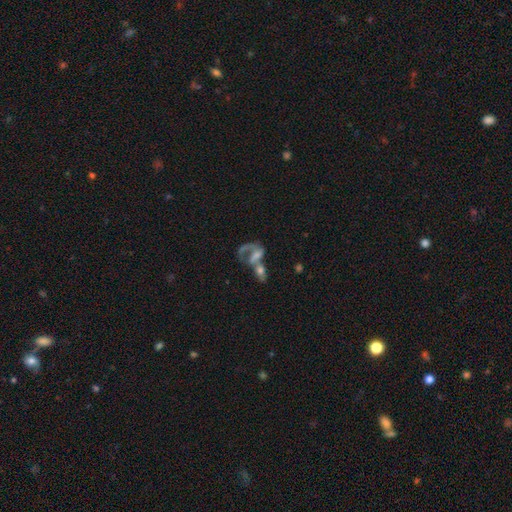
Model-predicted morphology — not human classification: Q: Smooth or featured?
A: featured or disk (58%); runner-up: smooth (28%)
Q: Edge-on disk?
A: no (94%); runner-up: yes (6%)
Q: Bar?
A: no (65%); runner-up: weak (25%)
Q: Spiral arms?
A: yes (58%); runner-up: no (42%)
Q: Bulge size?
A: none (33%); runner-up: moderate (29%)
Q: Merging?
A: merger (58%); runner-up: major disturbance (19%)